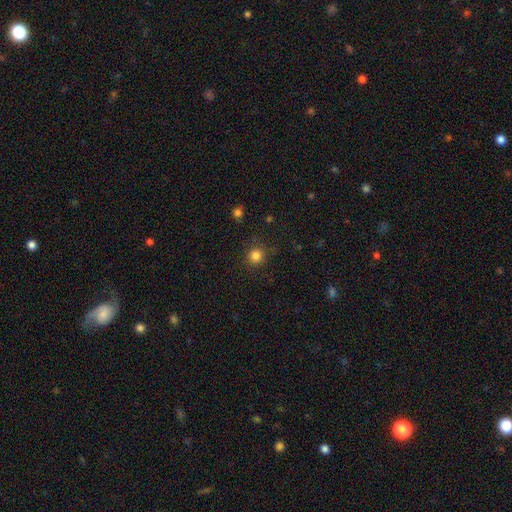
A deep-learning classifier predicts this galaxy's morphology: smooth-or-featured: smooth: 83% | star or artifact: 13% | featured or disk: 4%
  how-rounded: round: 92% | in between: 7% | cigar-shaped: 1%
  merging: none: 86% | minor disturbance: 9% | major disturbance: 3% | merger: 2%